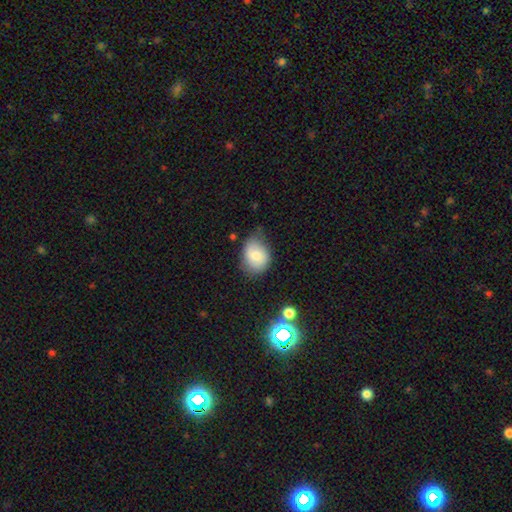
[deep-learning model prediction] Q: Smooth or featured?
A: smooth (76%); runner-up: featured or disk (16%)
Q: How rounded?
A: in between (61%); runner-up: round (39%)
Q: Merging?
A: none (58%); runner-up: minor disturbance (32%)